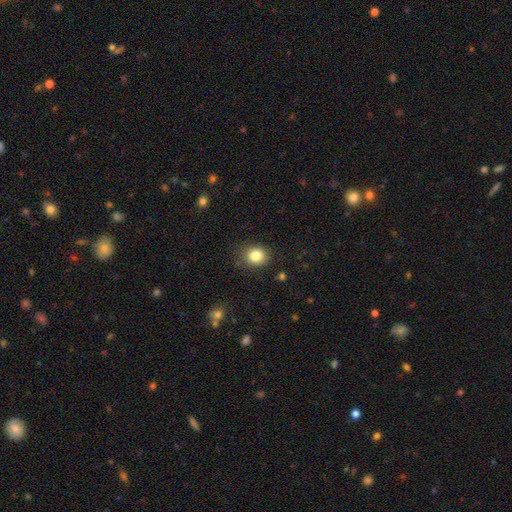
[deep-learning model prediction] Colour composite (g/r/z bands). It shows a smooth galaxy with no disk features (84%) that is round (70%). Merging: none (84%).